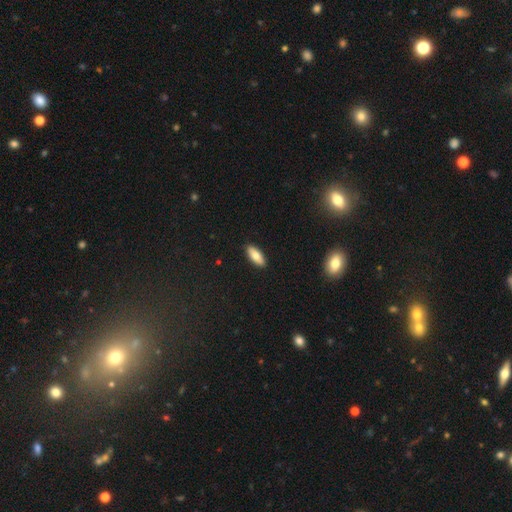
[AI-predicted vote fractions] Smooth or featured?
  - smooth: 78% *
  - featured or disk: 15%
  - star or artifact: 7%
How rounded?
  - in between: 79% *
  - cigar-shaped: 18%
  - round: 2%
Merging?
  - none: 89% *
  - minor disturbance: 8%
  - major disturbance: 2%
  - merger: 1%